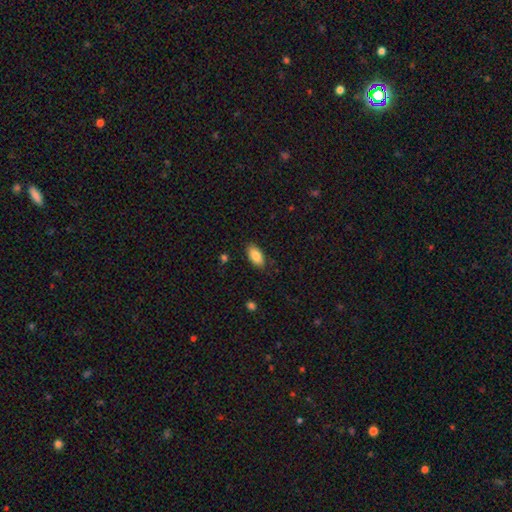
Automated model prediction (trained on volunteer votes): Smooth or featured? smooth (85%)
How rounded? in between (93%)
Merging? none (86%)